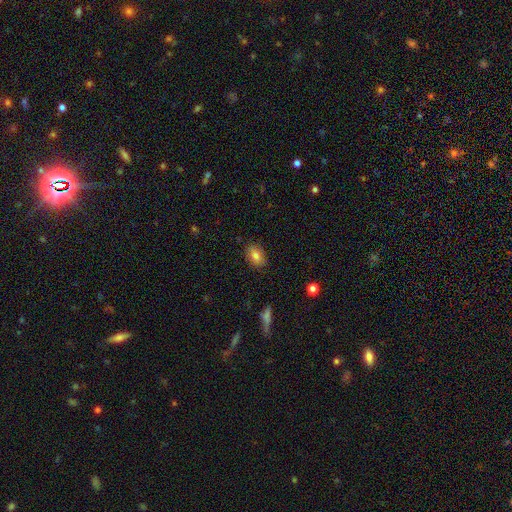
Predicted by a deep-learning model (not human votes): Q: Smooth or featured?
A: smooth (78%); runner-up: featured or disk (13%)
Q: How rounded?
A: in between (80%); runner-up: round (18%)
Q: Merging?
A: none (85%); runner-up: minor disturbance (11%)